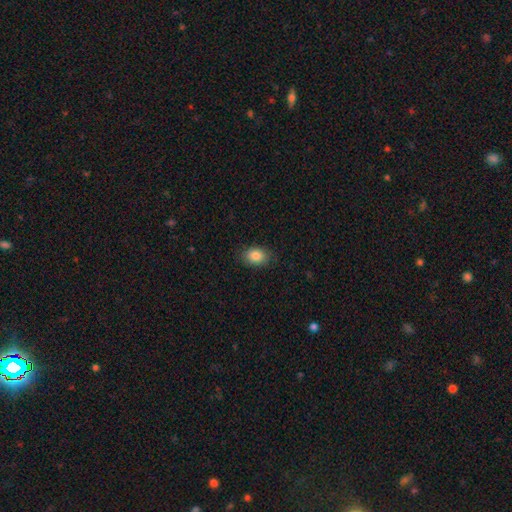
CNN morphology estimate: Smooth or featured?
  - smooth: 85% *
  - star or artifact: 8%
  - featured or disk: 6%
How rounded?
  - in between: 77% *
  - round: 21%
  - cigar-shaped: 1%
Merging?
  - none: 84% *
  - minor disturbance: 12%
  - major disturbance: 3%
  - merger: 1%